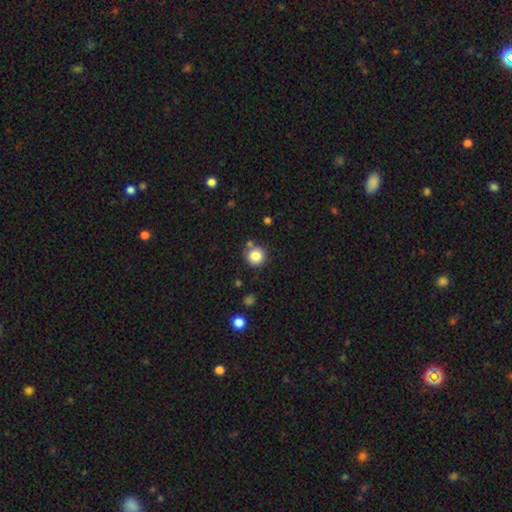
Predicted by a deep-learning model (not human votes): Smooth or featured? Predicted: smooth (p=0.83). How rounded? Predicted: round (p=0.94). Merging? Predicted: none (p=0.78).